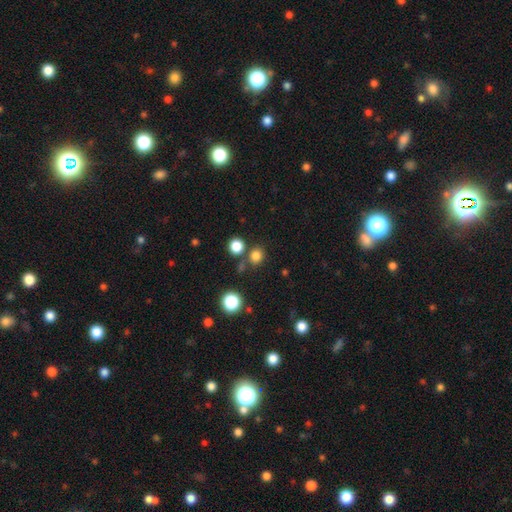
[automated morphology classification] smooth_or_featured: smooth (p=0.79) [alt: star or artifact p=0.17]
how_rounded: round (p=0.85) [alt: in between p=0.14]
merging: none (p=0.75) [alt: merger p=0.13]